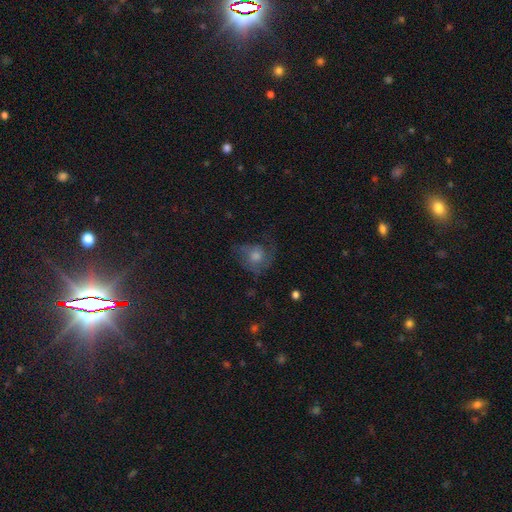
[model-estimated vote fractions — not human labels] This appears to be a featured or disk galaxy (49%). Merging: none (51%).